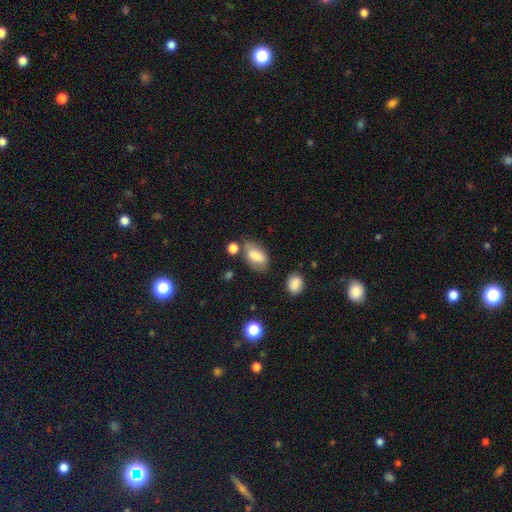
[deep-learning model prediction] Smooth or featured?
  - smooth: 74% *
  - featured or disk: 17%
  - star or artifact: 8%
How rounded?
  - in between: 90% *
  - round: 7%
  - cigar-shaped: 3%
Merging?
  - none: 61% *
  - minor disturbance: 22%
  - merger: 10%
  - major disturbance: 7%